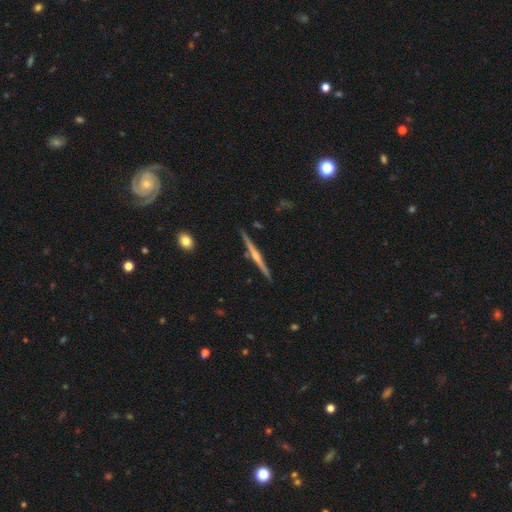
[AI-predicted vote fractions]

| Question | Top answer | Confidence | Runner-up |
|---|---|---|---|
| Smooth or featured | featured or disk | 78% | smooth (16%) |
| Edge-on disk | yes | 98% | no (2%) |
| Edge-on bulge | rounded | 80% | none (14%) |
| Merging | none | 90% | minor disturbance (7%) |